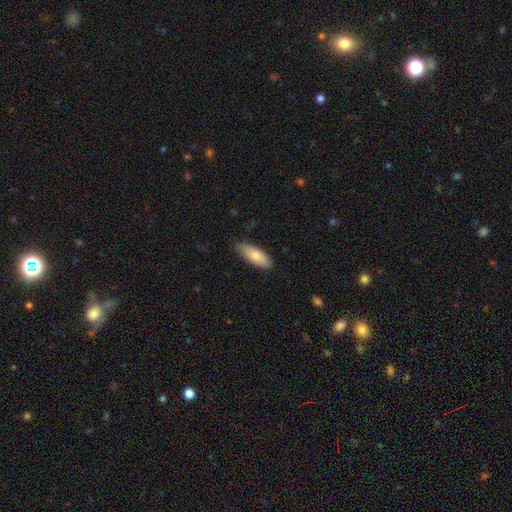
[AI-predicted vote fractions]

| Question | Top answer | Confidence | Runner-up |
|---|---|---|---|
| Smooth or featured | smooth | 82% | featured or disk (12%) |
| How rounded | in between | 69% | cigar-shaped (29%) |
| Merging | none | 83% | minor disturbance (14%) |